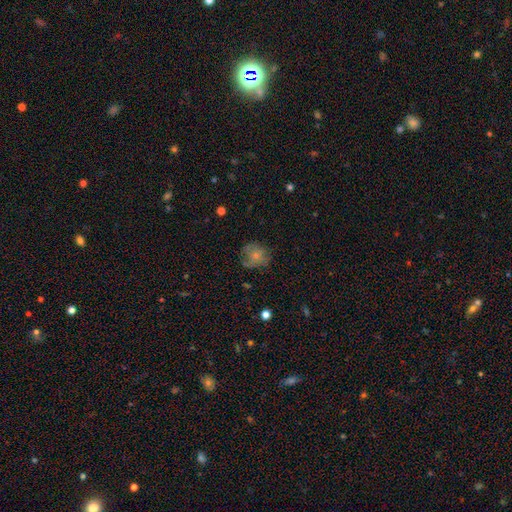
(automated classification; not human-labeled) This appears to be a smooth galaxy with no disk features (66%) that is round (78%). Merging: none (62%).